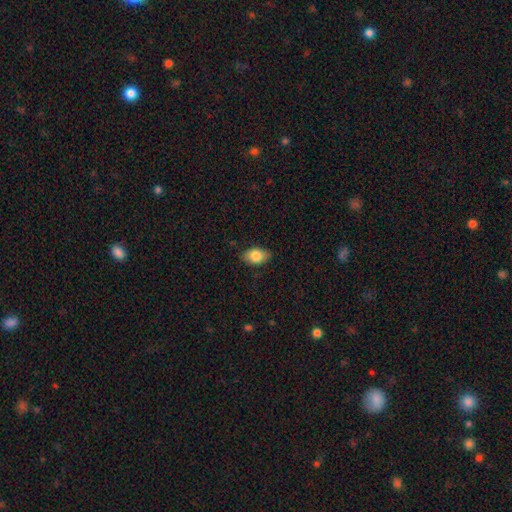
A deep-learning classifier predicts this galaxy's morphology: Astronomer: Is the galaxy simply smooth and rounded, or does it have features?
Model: smooth — 83%.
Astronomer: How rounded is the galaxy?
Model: in between — 88%.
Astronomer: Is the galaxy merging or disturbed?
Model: none — 83%.